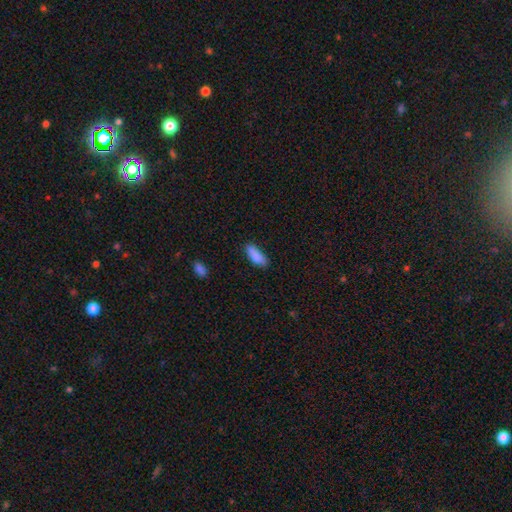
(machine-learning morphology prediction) Smooth or featured?
  - smooth: 86% *
  - featured or disk: 7%
  - star or artifact: 7%
How rounded?
  - in between: 62% *
  - cigar-shaped: 36%
  - round: 2%
Merging?
  - none: 75% *
  - minor disturbance: 19%
  - major disturbance: 3%
  - merger: 3%